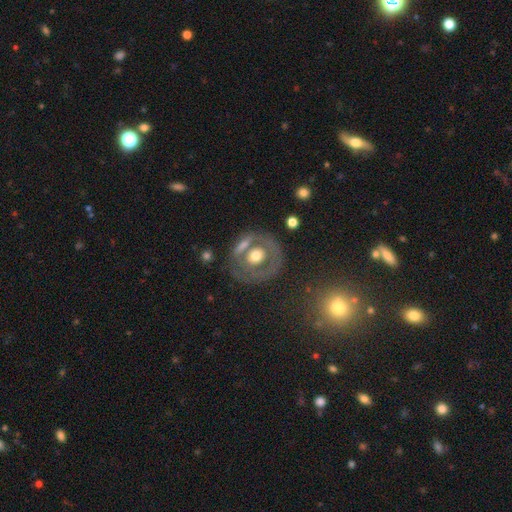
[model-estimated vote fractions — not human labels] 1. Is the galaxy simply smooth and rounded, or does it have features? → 51% featured or disk, 41% smooth, 8% star or artifact.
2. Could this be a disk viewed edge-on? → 93% no, 7% yes.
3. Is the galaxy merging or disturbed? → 65% none, 16% minor disturbance, 10% major disturbance, 9% merger.